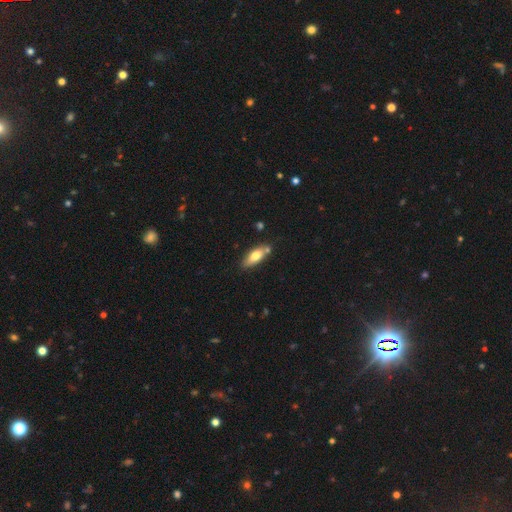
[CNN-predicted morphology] type=smooth (69%); roundness=in between (70%); merging=none (72%).